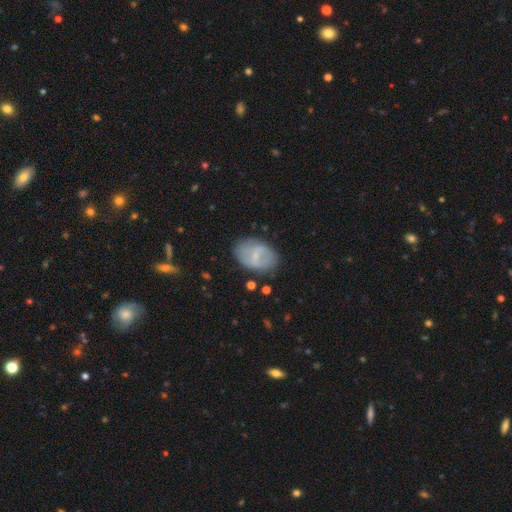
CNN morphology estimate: This is possibly a featured or disk galaxy (48%). Merging: likely none (75%).